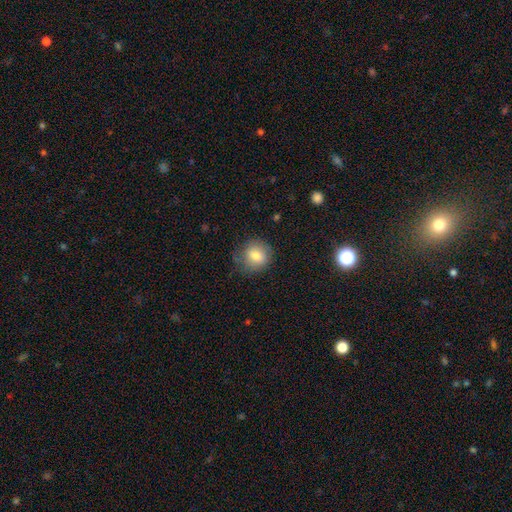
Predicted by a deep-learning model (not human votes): Q: Smooth or featured?
A: smooth (78%); runner-up: featured or disk (14%)
Q: How rounded?
A: round (85%); runner-up: in between (14%)
Q: Merging?
A: none (71%); runner-up: minor disturbance (20%)